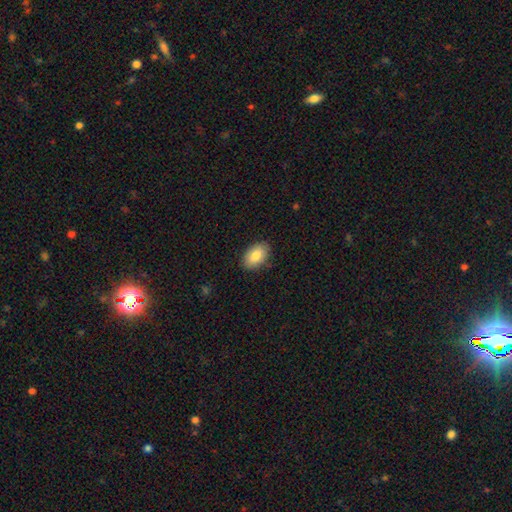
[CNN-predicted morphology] Q: Smooth or featured?
A: smooth (84%); runner-up: featured or disk (9%)
Q: How rounded?
A: in between (93%); runner-up: round (6%)
Q: Merging?
A: none (86%); runner-up: minor disturbance (11%)